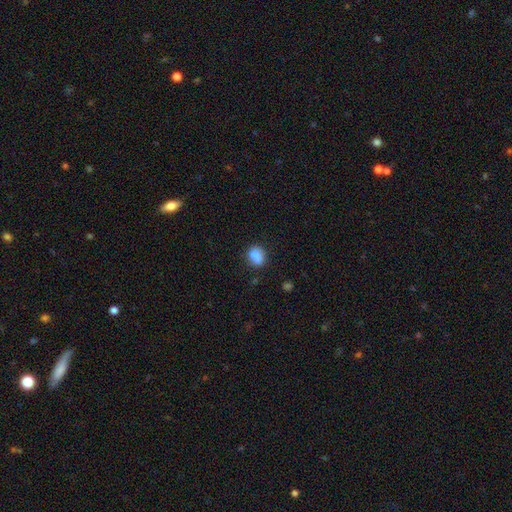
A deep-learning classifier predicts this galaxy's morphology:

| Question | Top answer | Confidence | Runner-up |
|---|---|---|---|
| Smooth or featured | smooth | 81% | star or artifact (10%) |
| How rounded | round | 56% | in between (43%) |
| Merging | none | 60% | minor disturbance (21%) |